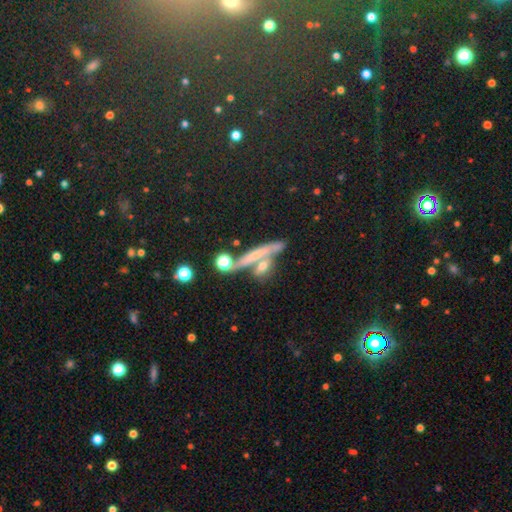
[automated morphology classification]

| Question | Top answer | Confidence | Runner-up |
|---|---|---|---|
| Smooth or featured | featured or disk | 41% | smooth (39%) |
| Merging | none | 51% | merger (28%) |